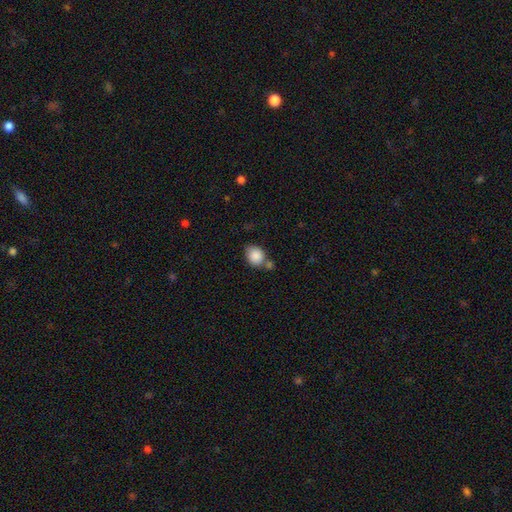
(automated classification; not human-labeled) Smooth or featured? Predicted: smooth (p=0.87). How rounded? Predicted: round (p=0.65). Merging? Predicted: none (p=0.54).